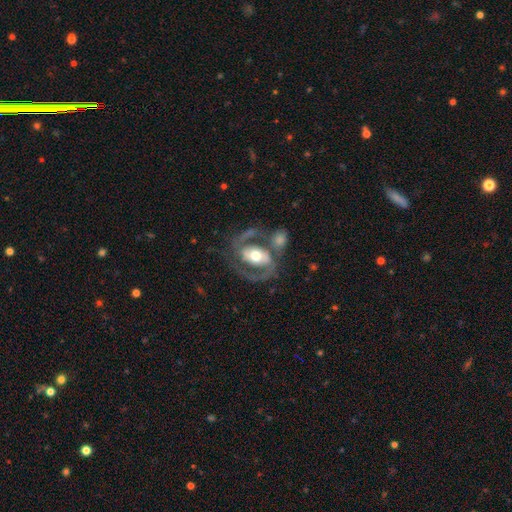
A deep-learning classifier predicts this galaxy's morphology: Smooth or featured? featured or disk (82%)
Edge-on disk? no (97%)
Bar? strong (34%)
Spiral arms? yes (88%)
Spiral winding? medium (54%)
Spiral arm count? 2 (86%)
Bulge size? moderate (70%)
Merging? none (51%)